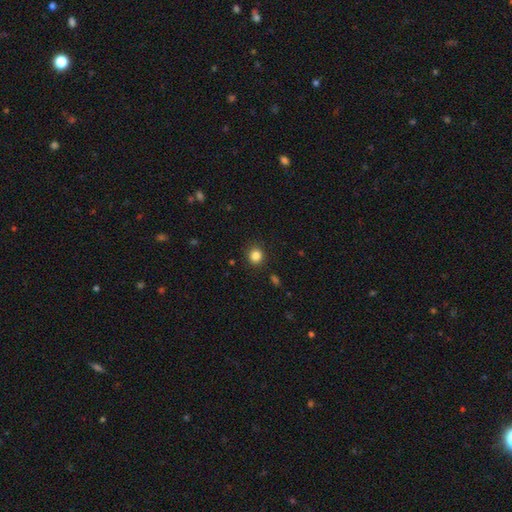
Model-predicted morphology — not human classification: Overall: smooth (84%). How rounded: round (89%). Merging: none (90%).